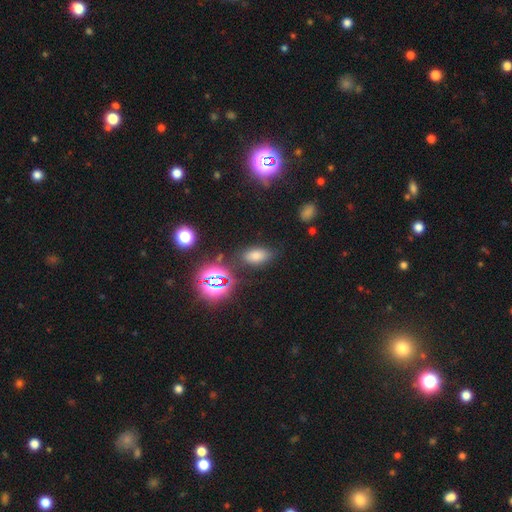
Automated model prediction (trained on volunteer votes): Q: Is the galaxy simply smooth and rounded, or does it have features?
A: smooth — 64%.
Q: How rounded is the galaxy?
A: in between — 88%.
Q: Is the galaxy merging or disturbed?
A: none — 80%.